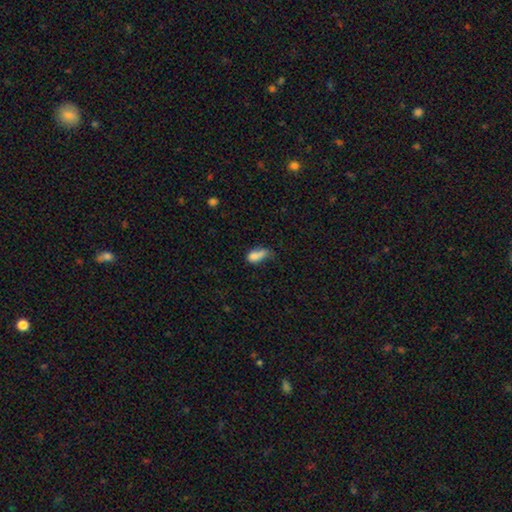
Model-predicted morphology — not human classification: Smooth or featured: smooth — 76% (featured or disk — 13%)
How rounded: in between — 81% (round — 10%)
Merging: minor disturbance — 29% (none — 25%)